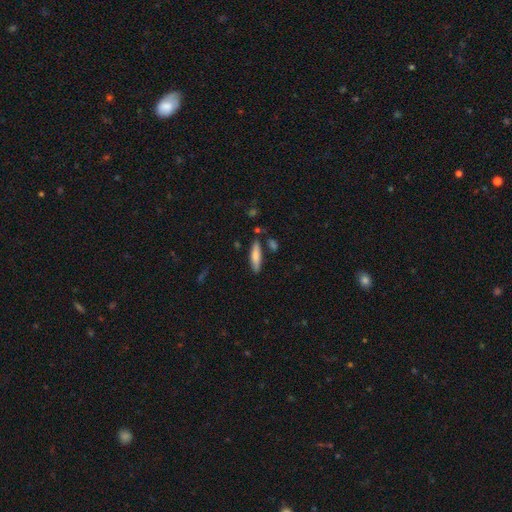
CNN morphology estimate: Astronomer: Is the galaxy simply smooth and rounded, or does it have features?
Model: smooth — 75%.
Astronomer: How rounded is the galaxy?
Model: cigar-shaped — 74%.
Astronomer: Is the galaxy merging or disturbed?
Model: none — 81%.